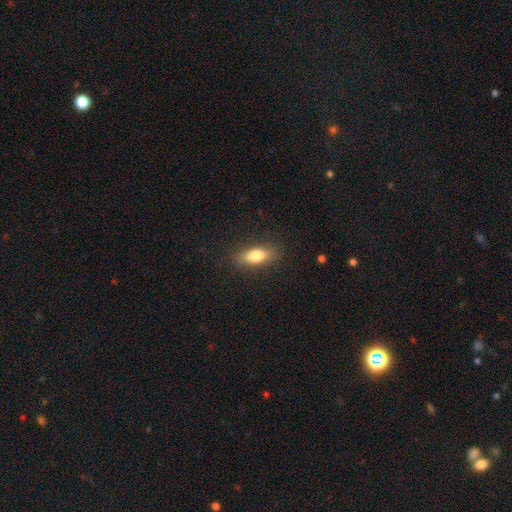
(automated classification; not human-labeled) smooth 79%, featured or disk 14%, star or artifact 7%. Down the decision tree: how rounded — in between (73%); merging — none (85%).